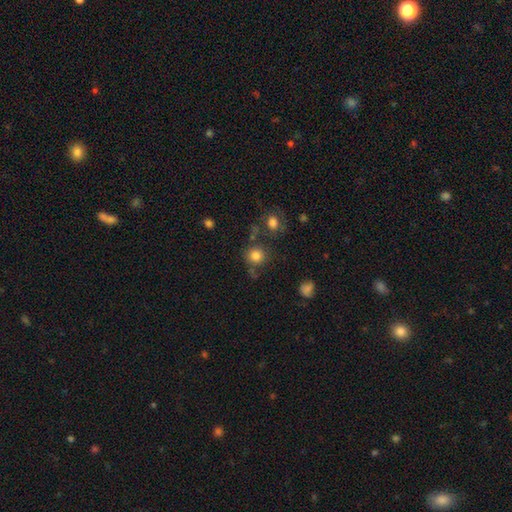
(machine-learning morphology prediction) type=smooth (80%); roundness=round (91%); merging=none (73%).